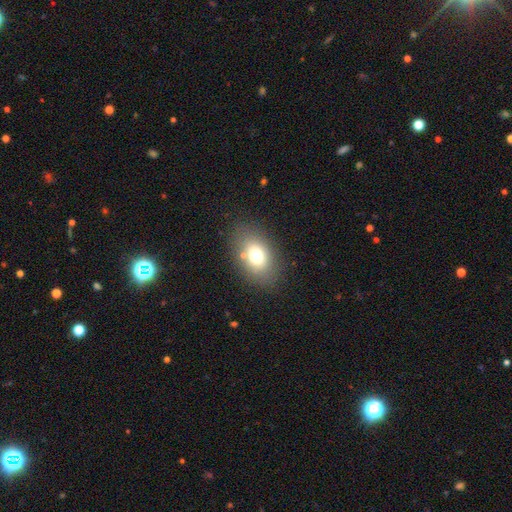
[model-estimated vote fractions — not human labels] The model was most divided on "smooth or featured": smooth: 71%, featured or disk: 17%, star or artifact: 12%. More confident: how rounded — in between (79%); merging — none (79%).